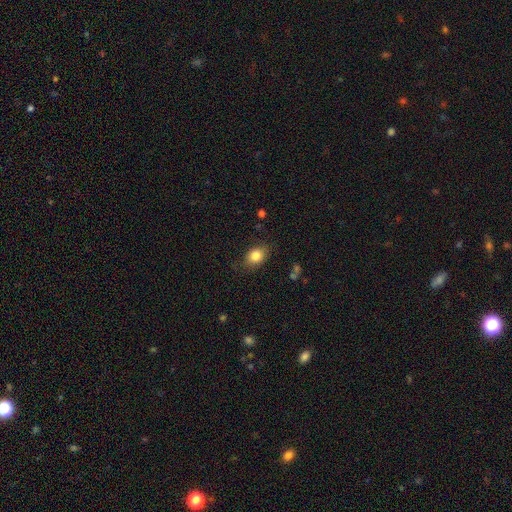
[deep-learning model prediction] This appears to be a smooth galaxy with no disk features (83%) that is in between round and cigar-shaped (66%). Merging: none (79%).